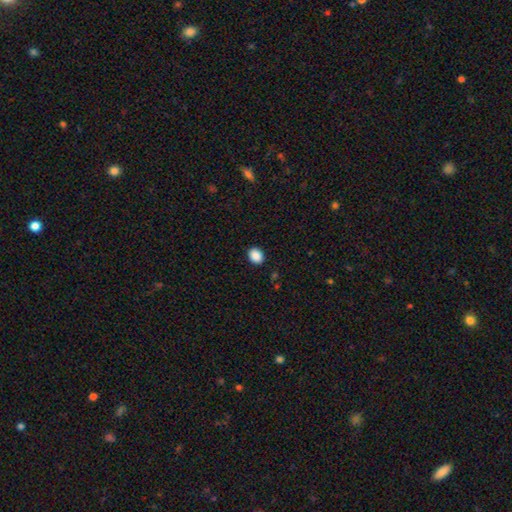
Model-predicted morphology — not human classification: Smooth or featured?
  - smooth: 89% *
  - star or artifact: 9%
  - featured or disk: 3%
How rounded?
  - in between: 53% *
  - round: 46%
  - cigar-shaped: 1%
Merging?
  - none: 90% *
  - minor disturbance: 7%
  - major disturbance: 2%
  - merger: 1%